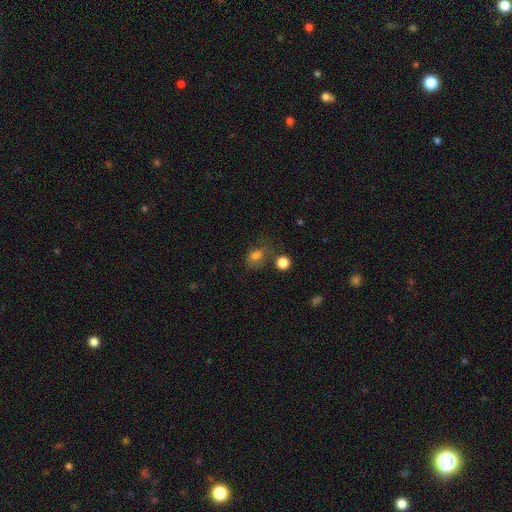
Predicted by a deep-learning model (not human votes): Overall: smooth (74%). How rounded: in between (52%; round 47%). Merging: none (46%; minor disturbance 24%).